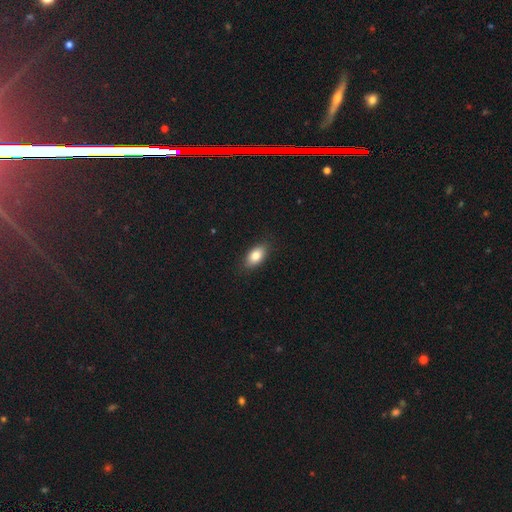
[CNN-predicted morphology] Smooth or featured? Predicted: smooth (p=0.83). How rounded? Predicted: in between (p=0.90). Merging? Predicted: none (p=0.87).